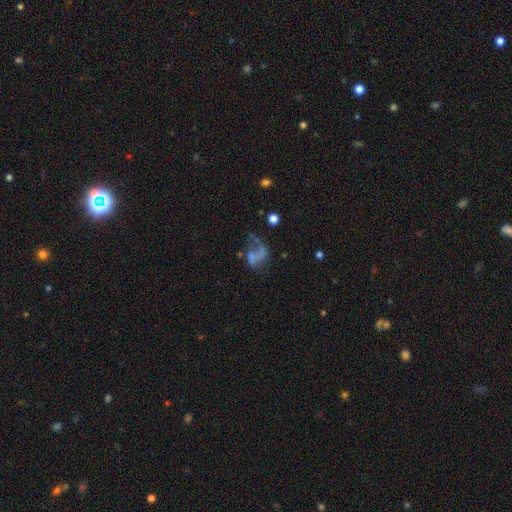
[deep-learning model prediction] A featured or disk galaxy (46%). Merging: major disturbance (44%).